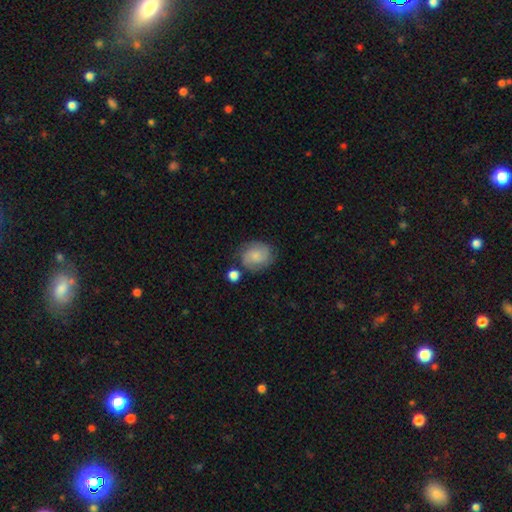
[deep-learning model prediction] smooth 52%, featured or disk 39%, star or artifact 9%. Down the decision tree: how rounded — round (66%); merging — none (69%).